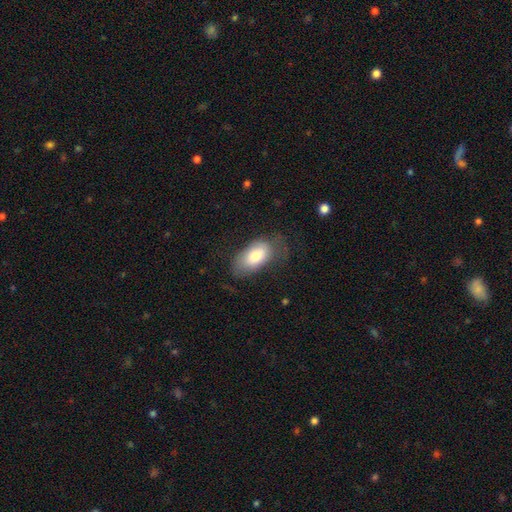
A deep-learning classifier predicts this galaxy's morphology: Q: Smooth or featured?
A: smooth (74%); runner-up: featured or disk (19%)
Q: How rounded?
A: in between (94%); runner-up: round (3%)
Q: Merging?
A: none (54%); runner-up: minor disturbance (28%)